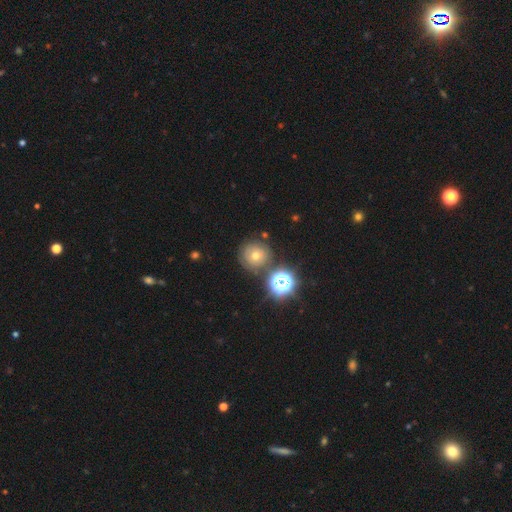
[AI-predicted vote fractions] smooth_or_featured: smooth (p=0.46) [alt: star or artifact p=0.29]
merging: none (p=0.77) [alt: minor disturbance p=0.11]